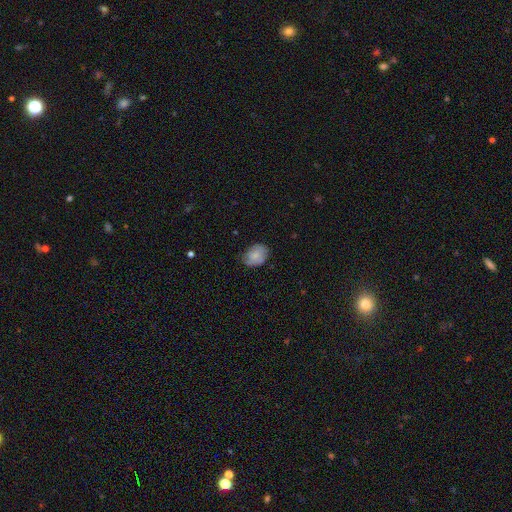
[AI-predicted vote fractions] Smooth or featured? Predicted: smooth (p=0.73). How rounded? Predicted: in between (p=0.68). Merging? Predicted: none (p=0.67).